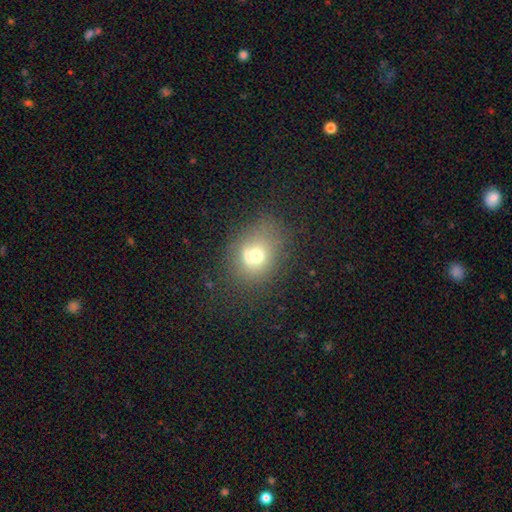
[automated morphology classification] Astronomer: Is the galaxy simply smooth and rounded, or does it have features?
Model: smooth — 64%.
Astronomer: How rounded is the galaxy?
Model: round — 57% (runner-up: in between, 42%).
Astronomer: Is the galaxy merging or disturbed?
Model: none — 42% (runner-up: merger, 34%).